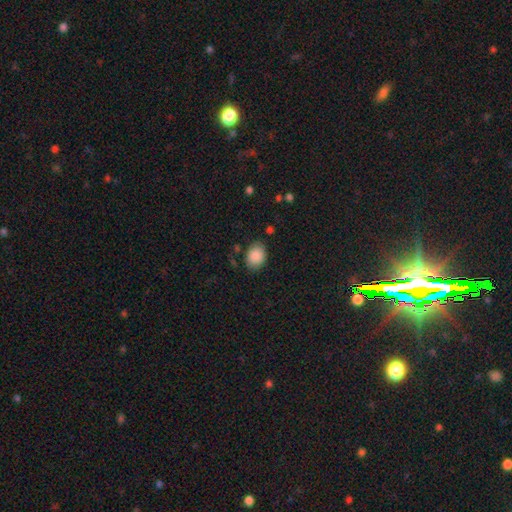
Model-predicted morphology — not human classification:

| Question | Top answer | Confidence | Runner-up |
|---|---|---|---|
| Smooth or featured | smooth | 89% | star or artifact (8%) |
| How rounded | in between | 62% | round (37%) |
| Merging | none | 81% | minor disturbance (13%) |